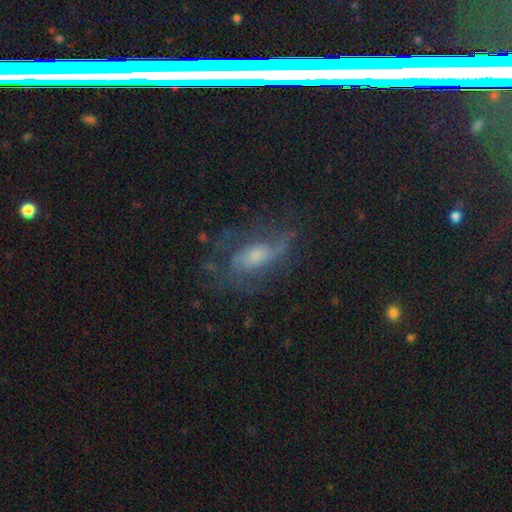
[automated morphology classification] The model was most divided on "bulge size": small: 41%, moderate: 39%, large: 11%, none: 8%, dominant: 2%. Remaining: edge-on disk — no (91%); spiral arms — yes (82%); smooth or featured — featured or disk (70%); merging — none (57%); bar — no (54%); spiral arm count — 2 (52%); spiral winding — medium (44%).